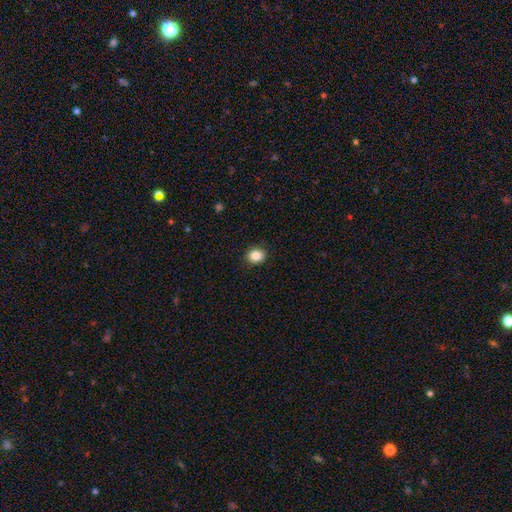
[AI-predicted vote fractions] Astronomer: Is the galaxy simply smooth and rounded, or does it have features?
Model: smooth — 87%.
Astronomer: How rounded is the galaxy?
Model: round — 61% (runner-up: in between, 38%).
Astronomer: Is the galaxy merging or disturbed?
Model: none — 90%.